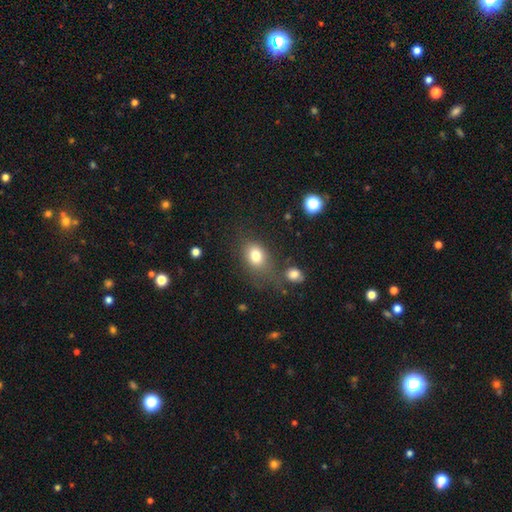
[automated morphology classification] This is likely a smooth galaxy (79%). How rounded: likely in between (69%). Merging: possibly none (58%).